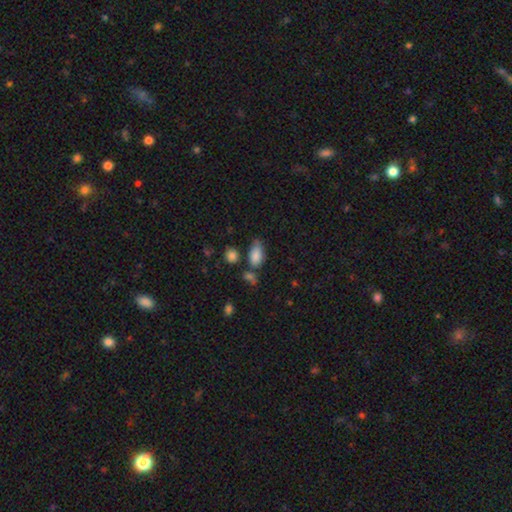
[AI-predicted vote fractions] A smooth galaxy with no disk features (83%) that is in between round and cigar-shaped (90%).

Vote fractions:
- Smooth or featured? smooth: 83% / star or artifact: 9% / featured or disk: 8%
- How rounded? in between: 90% / round: 7% / cigar-shaped: 3%
- Merging? none: 46% / minor disturbance: 32% / merger: 12% / major disturbance: 10%